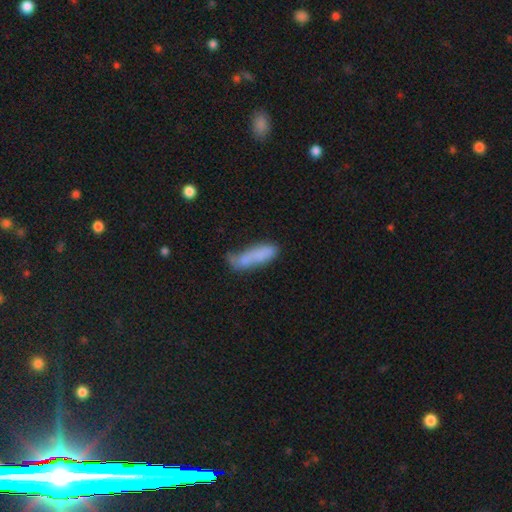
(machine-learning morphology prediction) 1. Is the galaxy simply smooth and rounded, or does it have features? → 72% smooth, 19% featured or disk, 9% star or artifact.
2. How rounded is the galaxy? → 54% cigar-shaped, 43% in between, 2% round.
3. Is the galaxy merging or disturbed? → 37% none, 27% minor disturbance, 20% merger, 16% major disturbance.